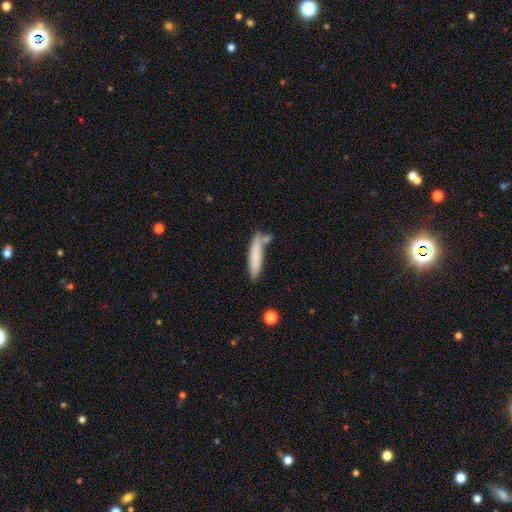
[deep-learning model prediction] Smooth or featured?
  - smooth: 79% *
  - featured or disk: 14%
  - star or artifact: 7%
How rounded?
  - cigar-shaped: 83% *
  - in between: 16%
  - round: 1%
Merging?
  - none: 62% *
  - minor disturbance: 19%
  - merger: 13%
  - major disturbance: 5%